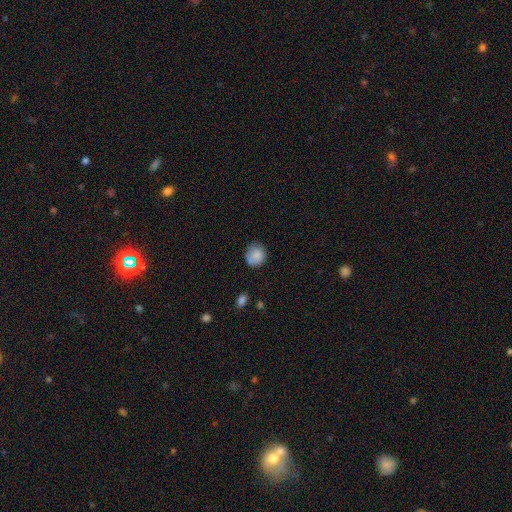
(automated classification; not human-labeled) Smooth or featured? Predicted: smooth (p=0.84). How rounded? Predicted: round (p=0.83). Merging? Predicted: none (p=0.74).